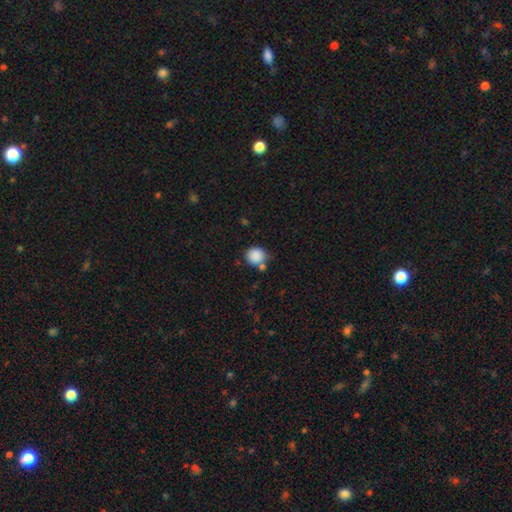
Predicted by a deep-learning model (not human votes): Overall: smooth (87%). How rounded: round (84%). Merging: none (70%).